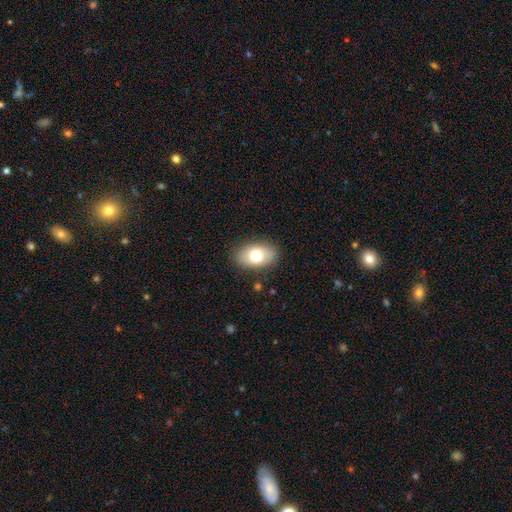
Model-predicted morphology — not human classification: Smooth or featured? smooth (74%)
How rounded? in between (89%)
Merging? none (85%)